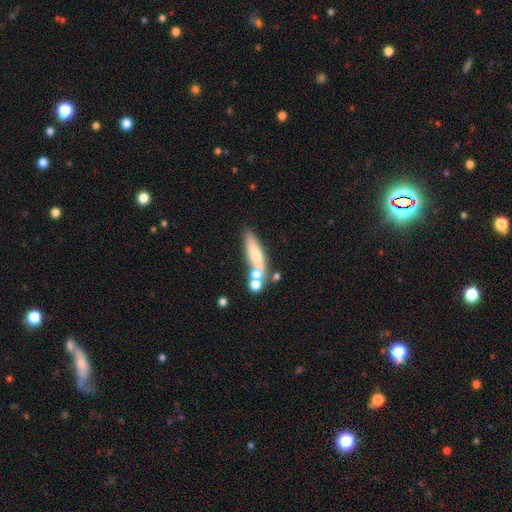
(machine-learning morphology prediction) Overall: smooth (65%; featured or disk 26%). How rounded: cigar-shaped (71%). Merging: none (54%; merger 23%).